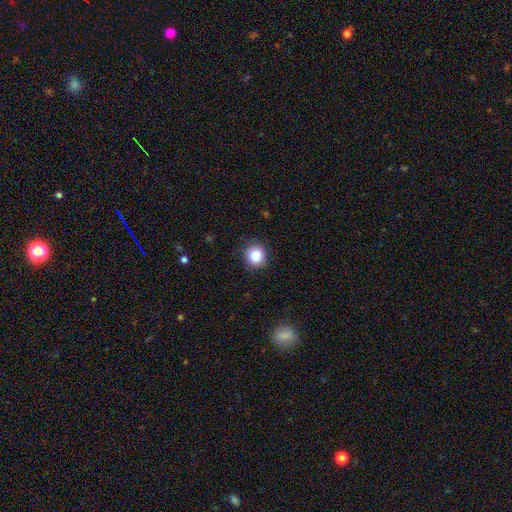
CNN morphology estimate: Q: Smooth or featured?
A: smooth (86%); runner-up: star or artifact (10%)
Q: How rounded?
A: round (85%); runner-up: in between (14%)
Q: Merging?
A: none (88%); runner-up: minor disturbance (9%)